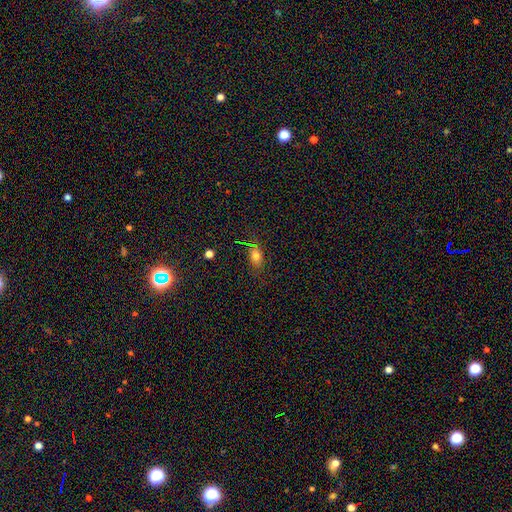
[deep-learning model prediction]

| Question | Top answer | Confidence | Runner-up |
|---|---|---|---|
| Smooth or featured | smooth | 71% | star or artifact (19%) |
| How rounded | in between | 76% | round (21%) |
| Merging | none | 76% | minor disturbance (16%) |